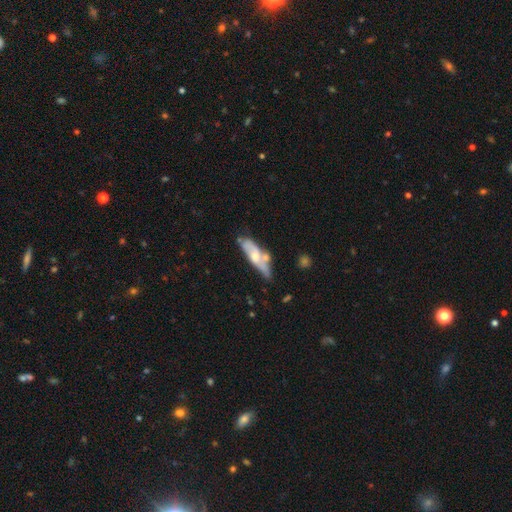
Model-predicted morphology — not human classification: A smooth galaxy with no disk features (48%). Merging: none (40%).